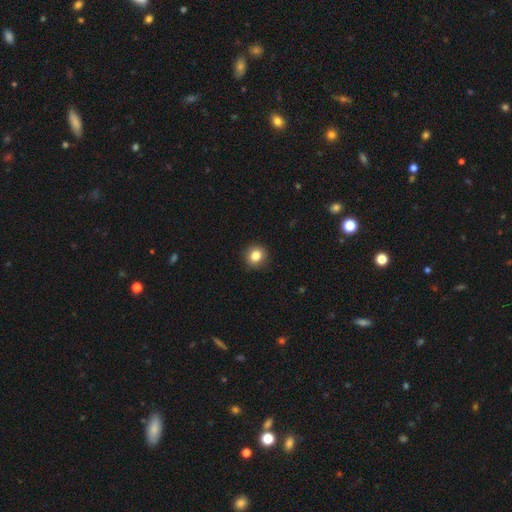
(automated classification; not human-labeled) This is clearly a smooth galaxy (83%). How rounded: clearly round (89%). Merging: clearly none (91%).